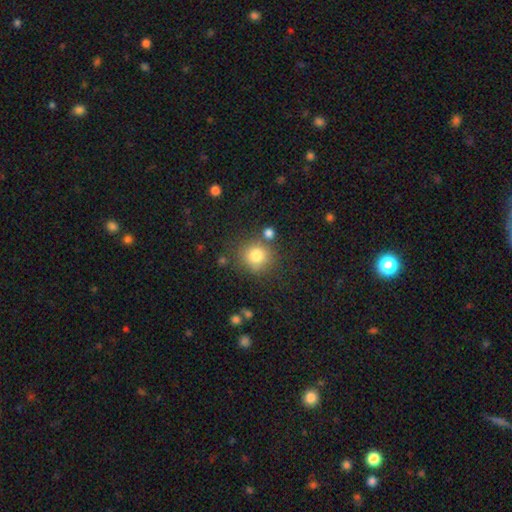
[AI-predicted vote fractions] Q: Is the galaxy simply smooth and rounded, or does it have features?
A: smooth — 79%.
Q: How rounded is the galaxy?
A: round — 89%.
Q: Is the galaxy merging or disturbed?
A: none — 75%.